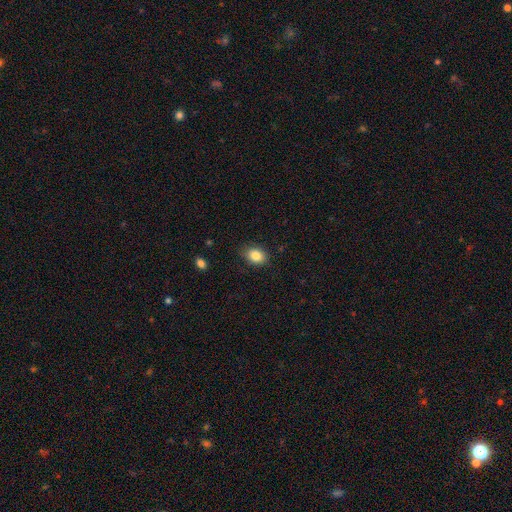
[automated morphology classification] Smooth or featured? smooth (85%)
How rounded? in between (71%)
Merging? none (83%)